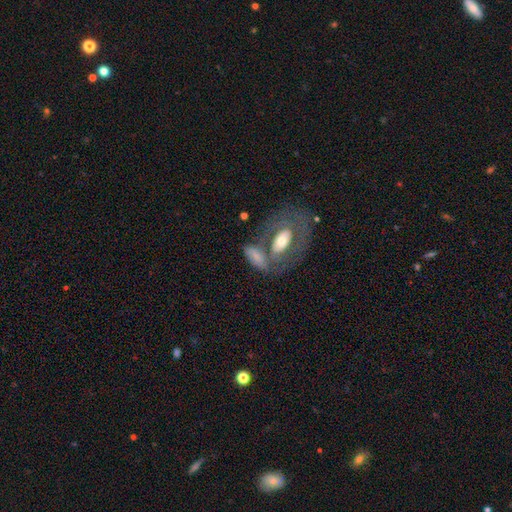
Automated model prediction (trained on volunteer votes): A smooth galaxy with no disk features (62%) that is in between round and cigar-shaped (86%).

Vote fractions:
- Smooth or featured? smooth: 62% / featured or disk: 32% / star or artifact: 6%
- How rounded? in between: 86% / cigar-shaped: 8% / round: 6%
- Merging? none: 41% / merger: 34% / minor disturbance: 15% / major disturbance: 10%